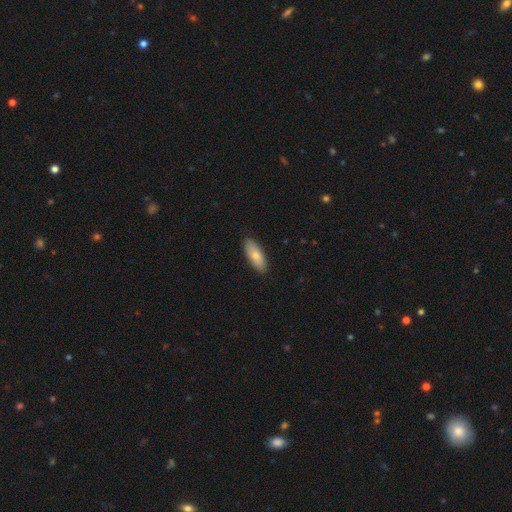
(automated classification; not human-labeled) A smooth galaxy with no disk features (78%) that is in between round and cigar-shaped (77%). Merging: none (88%).